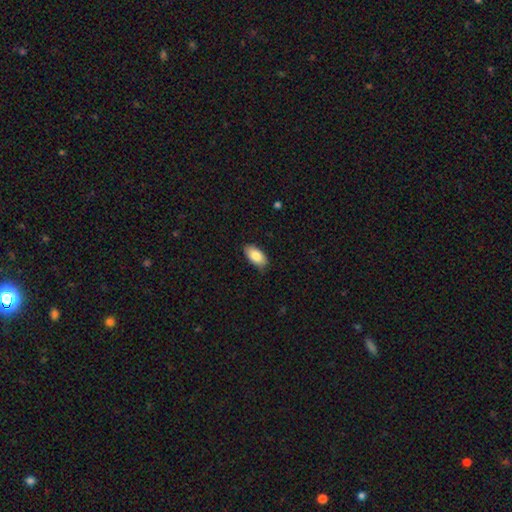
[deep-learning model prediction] Smooth or featured: smooth — 85% (featured or disk — 8%)
How rounded: in between — 94% (cigar-shaped — 3%)
Merging: none — 84% (minor disturbance — 13%)